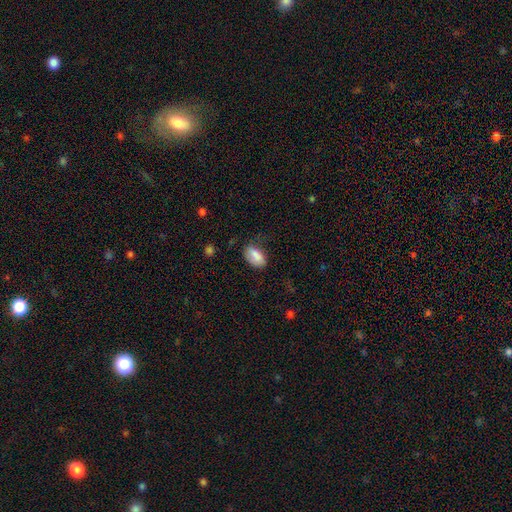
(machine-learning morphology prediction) A smooth galaxy with no disk features (84%) that is in between round and cigar-shaped (92%). Merging: none (59%).